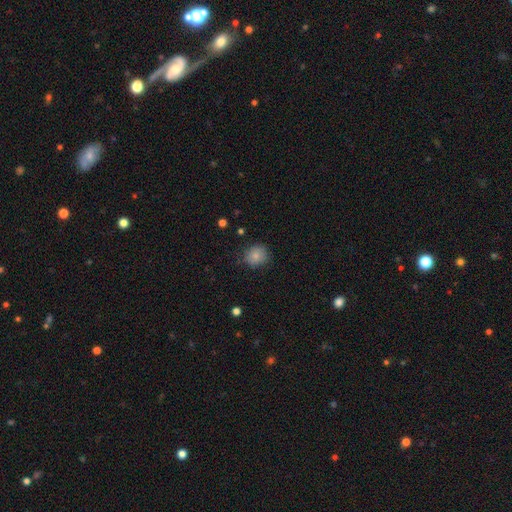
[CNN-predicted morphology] The model was most divided on "how rounded": round: 79%, in between: 20%, cigar-shaped: 1%. More confident: smooth or featured — smooth (83%); merging — none (79%).